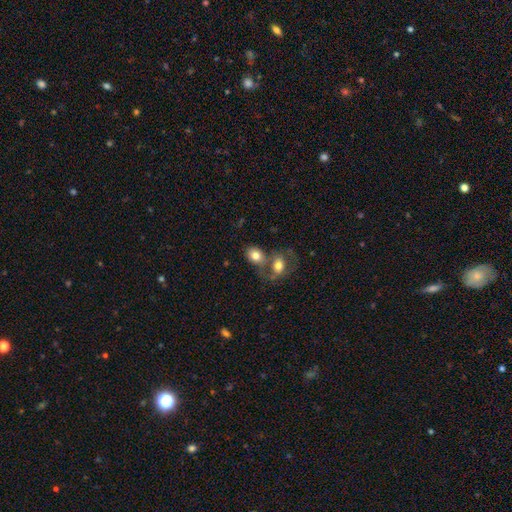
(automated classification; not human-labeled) smooth 78%, featured or disk 14%, star or artifact 8%. Down the decision tree: how rounded — in between (67%); merging — merger (47%).